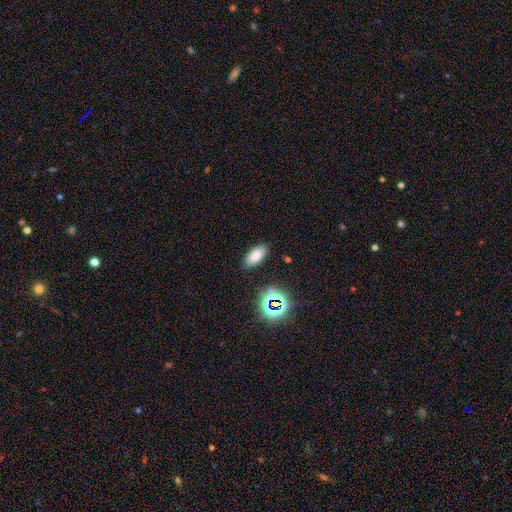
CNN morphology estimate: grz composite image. It shows a smooth galaxy with no disk features (75%) that is in between round and cigar-shaped (87%). Merging: none (85%).